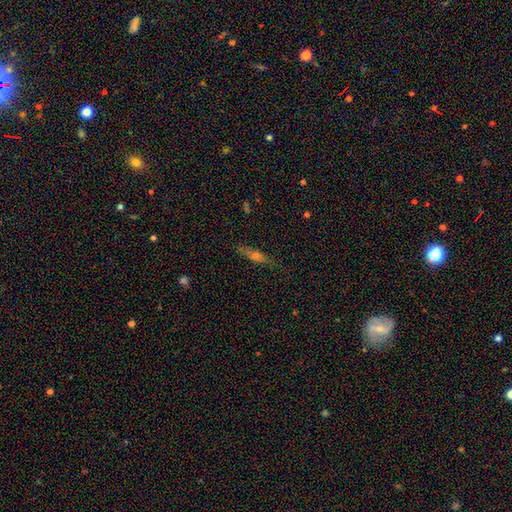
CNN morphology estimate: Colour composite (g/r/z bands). It shows a featured or disk galaxy (55%) viewed edge-on (90%). Merging: none (84%).